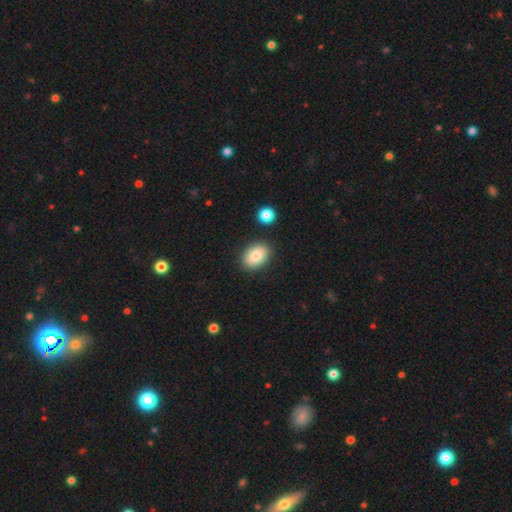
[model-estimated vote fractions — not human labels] Smooth or featured?
  - smooth: 83% *
  - featured or disk: 9%
  - star or artifact: 8%
How rounded?
  - in between: 81% *
  - round: 18%
  - cigar-shaped: 1%
Merging?
  - none: 86% *
  - minor disturbance: 9%
  - merger: 3%
  - major disturbance: 2%